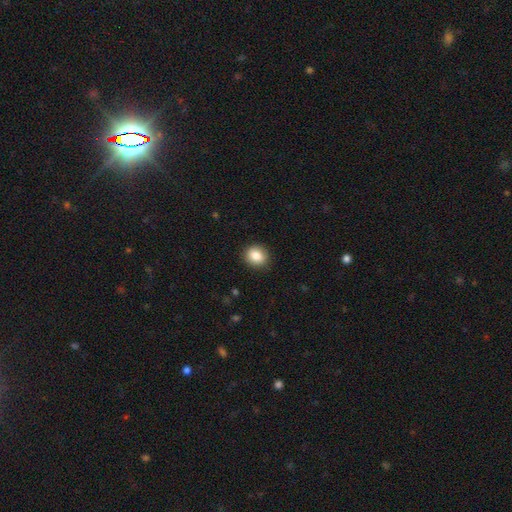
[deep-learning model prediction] Overall: smooth (86%). How rounded: round (72%). Merging: none (90%).